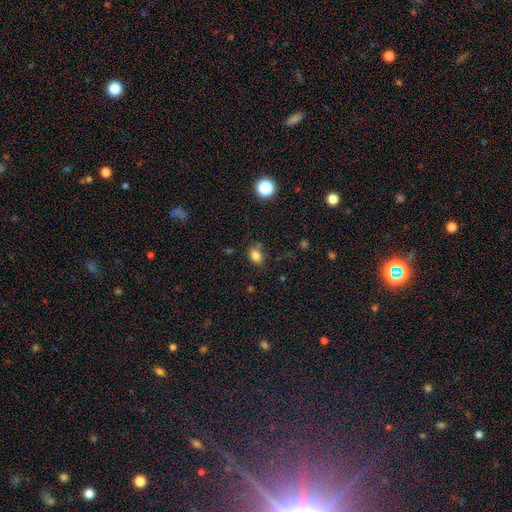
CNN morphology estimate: Overall: smooth (81%). How rounded: in between (73%). Merging: none (71%).